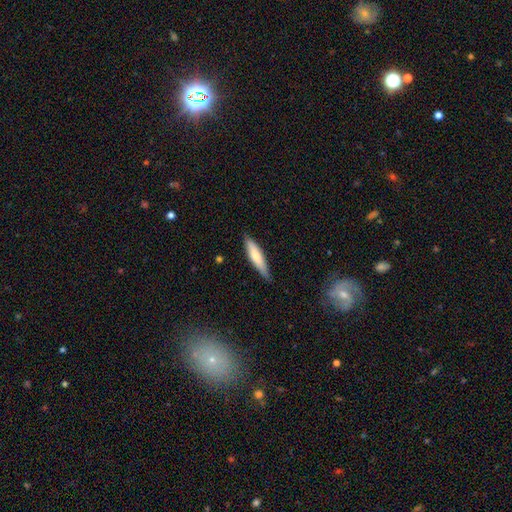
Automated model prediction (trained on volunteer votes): Smooth or featured? smooth (70%)
How rounded? cigar-shaped (81%)
Merging? none (83%)